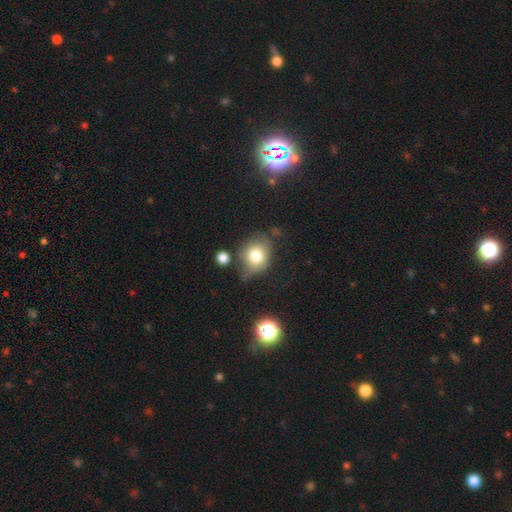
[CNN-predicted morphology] A smooth galaxy with no disk features (76%) that is round (65%).

Vote fractions:
- Smooth or featured? smooth: 76% / featured or disk: 14% / star or artifact: 10%
- How rounded? round: 65% / in between: 34% / cigar-shaped: 1%
- Merging? none: 57% / minor disturbance: 26% / major disturbance: 10% / merger: 7%